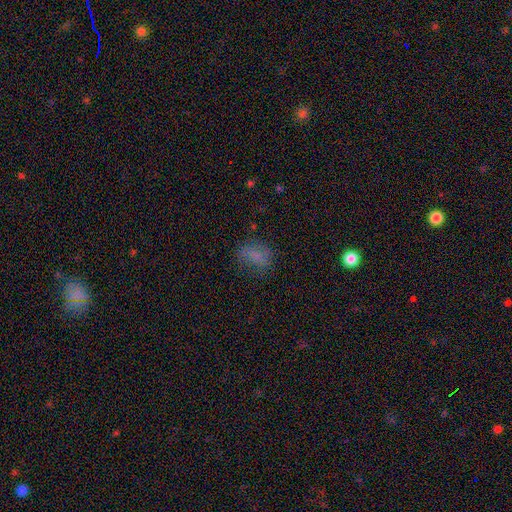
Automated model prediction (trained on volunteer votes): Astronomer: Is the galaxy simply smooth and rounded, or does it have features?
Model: smooth — 66%.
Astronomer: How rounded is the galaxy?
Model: in between — 72%.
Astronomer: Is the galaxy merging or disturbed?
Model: none — 57%.